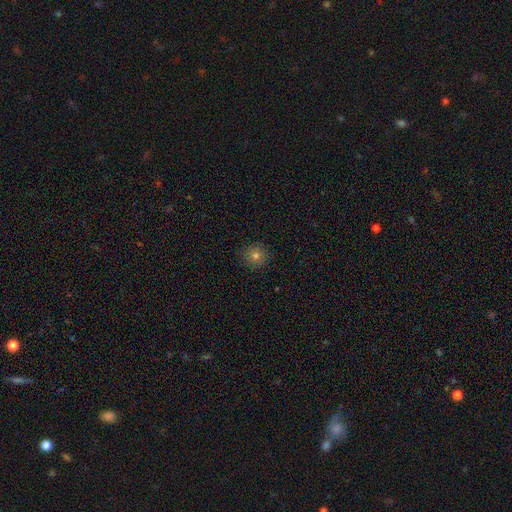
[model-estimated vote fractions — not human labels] Smooth or featured?
  - smooth: 76% *
  - star or artifact: 15%
  - featured or disk: 9%
How rounded?
  - round: 95% *
  - in between: 4%
  - cigar-shaped: 1%
Merging?
  - none: 91% *
  - minor disturbance: 6%
  - major disturbance: 2%
  - merger: 1%